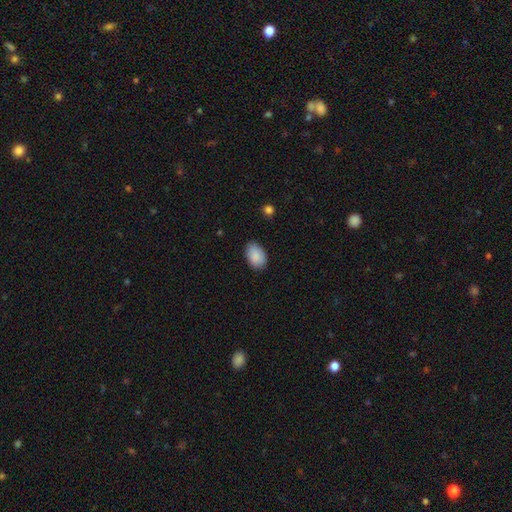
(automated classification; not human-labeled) smooth 89%, star or artifact 6%, featured or disk 4%. Down the decision tree: how rounded — in between (89%); merging — none (83%).